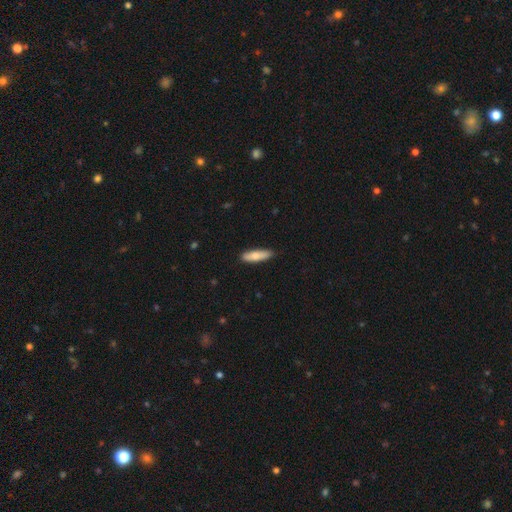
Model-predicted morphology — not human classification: Smooth or featured?
  - smooth: 79% *
  - featured or disk: 16%
  - star or artifact: 5%
How rounded?
  - cigar-shaped: 64% *
  - in between: 35%
  - round: 2%
Merging?
  - none: 87% *
  - minor disturbance: 11%
  - major disturbance: 2%
  - merger: 1%